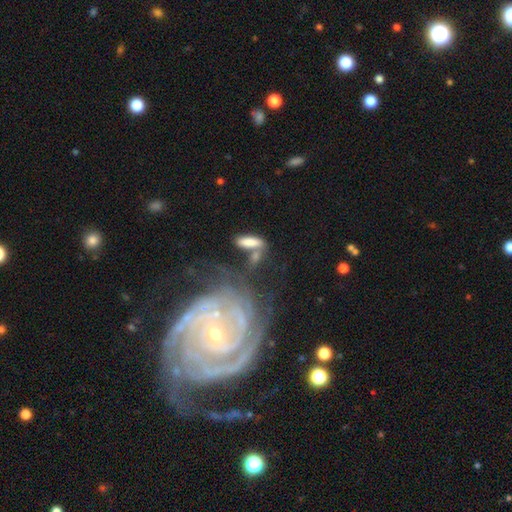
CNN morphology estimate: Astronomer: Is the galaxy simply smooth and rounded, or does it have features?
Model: smooth — 48% (runner-up: featured or disk, 42%).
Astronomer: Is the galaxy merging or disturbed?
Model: none — 49%.